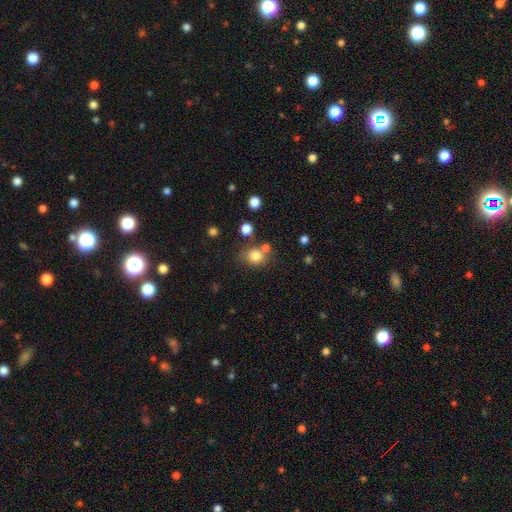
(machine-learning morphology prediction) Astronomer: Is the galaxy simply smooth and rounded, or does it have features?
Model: smooth — 81%.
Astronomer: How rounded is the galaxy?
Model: round — 73%.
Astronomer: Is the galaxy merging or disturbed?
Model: none — 66%.